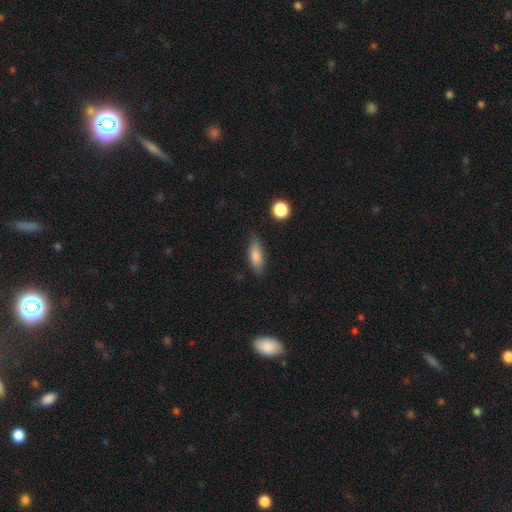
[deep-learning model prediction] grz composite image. It shows a smooth galaxy with no disk features (79%) that is in between round and cigar-shaped (62%). Merging: none (79%).